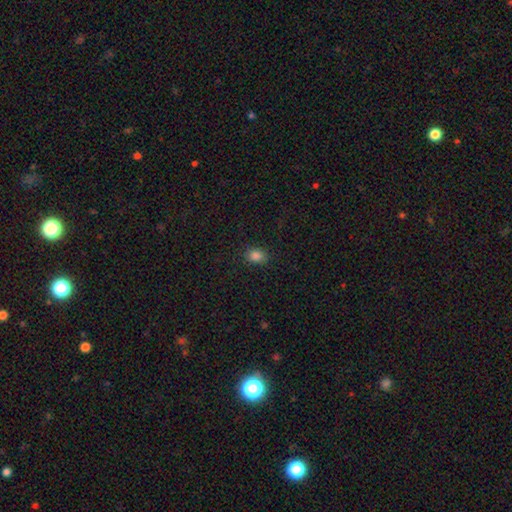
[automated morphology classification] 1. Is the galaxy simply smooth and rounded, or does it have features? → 84% smooth, 12% star or artifact, 4% featured or disk.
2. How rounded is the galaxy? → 64% in between, 35% round, 1% cigar-shaped.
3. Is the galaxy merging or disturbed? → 86% none, 10% minor disturbance, 3% major disturbance, 1% merger.